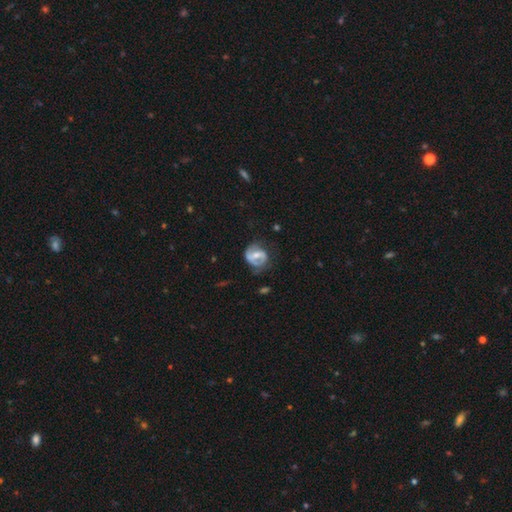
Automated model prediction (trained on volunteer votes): smooth_or_featured: featured or disk (p=0.66) [alt: smooth p=0.27]
disk_edge_on: no (p=0.96) [alt: yes p=0.04]
bar: strong (p=0.42) [alt: weak p=0.38]
has_spiral_arms: yes (p=0.72) [alt: no p=0.28]
bulge_size: moderate (p=0.56) [alt: small p=0.32]
merging: none (p=0.60) [alt: minor disturbance p=0.24]